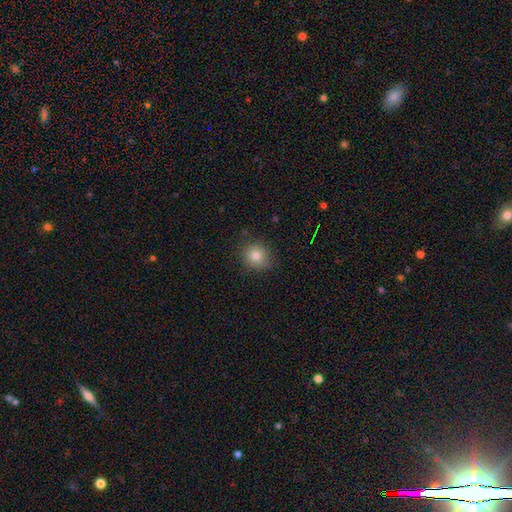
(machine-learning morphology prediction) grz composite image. It shows a smooth galaxy with no disk features (78%) that is round (83%). Merging: none (85%).